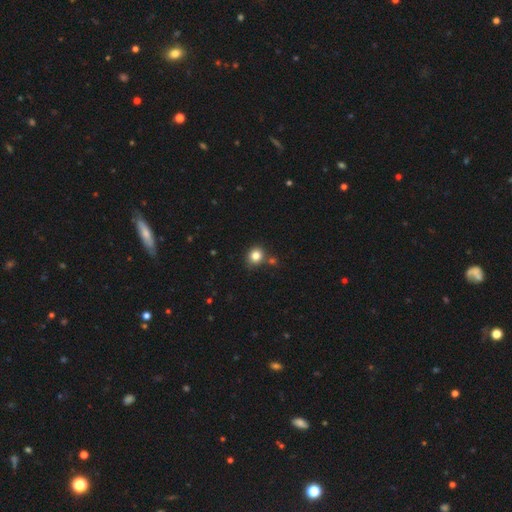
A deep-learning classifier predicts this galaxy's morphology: Smooth or featured? Predicted: smooth (p=0.82). How rounded? Predicted: round (p=0.77). Merging? Predicted: none (p=0.75).